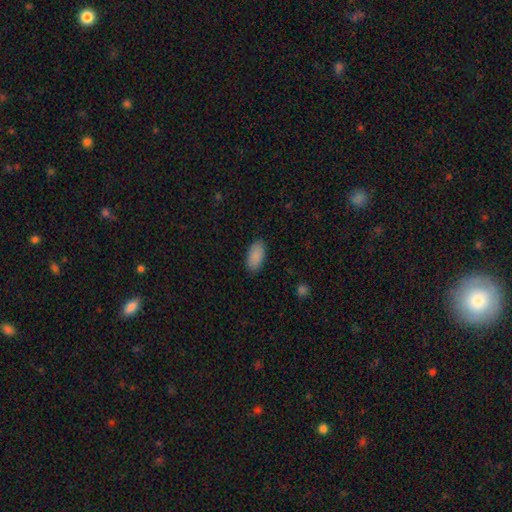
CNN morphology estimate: Smooth or featured? Predicted: smooth (p=0.90). How rounded? Predicted: in between (p=0.94). Merging? Predicted: none (p=0.88).